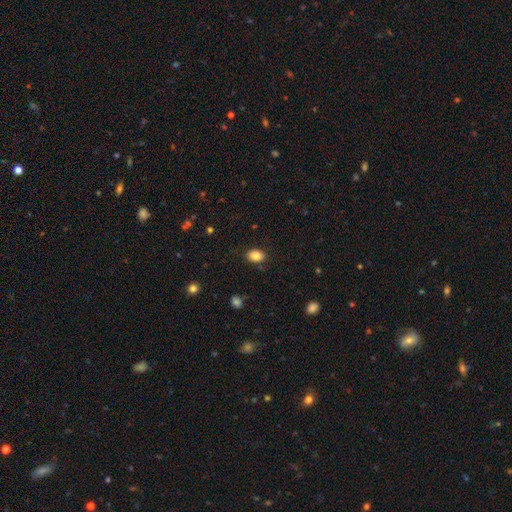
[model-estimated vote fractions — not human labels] The model was most divided on "how rounded": in between: 80%, round: 19%, cigar-shaped: 1%. More confident: smooth or featured — smooth (87%); merging — none (86%).